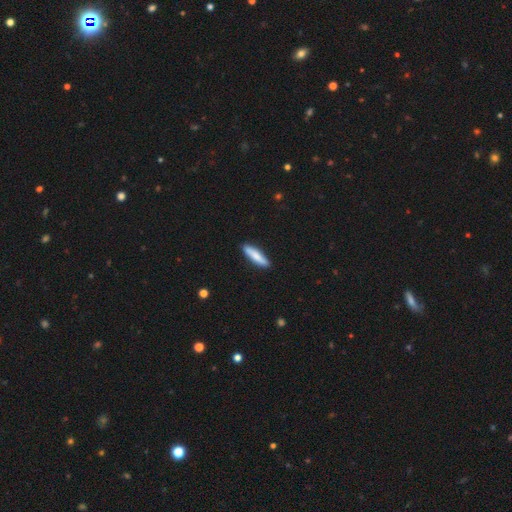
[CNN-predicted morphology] Q: Smooth or featured?
A: smooth (79%); runner-up: featured or disk (16%)
Q: How rounded?
A: cigar-shaped (81%); runner-up: in between (17%)
Q: Merging?
A: none (90%); runner-up: minor disturbance (7%)